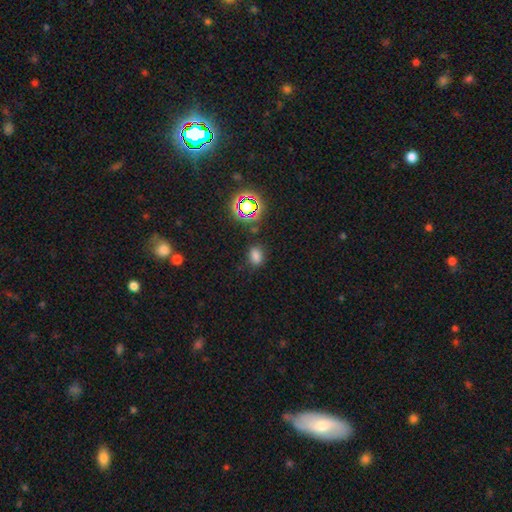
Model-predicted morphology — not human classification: smooth 71%, star or artifact 22%, featured or disk 6%. Down the decision tree: how rounded — in between (70%); merging — none (79%).